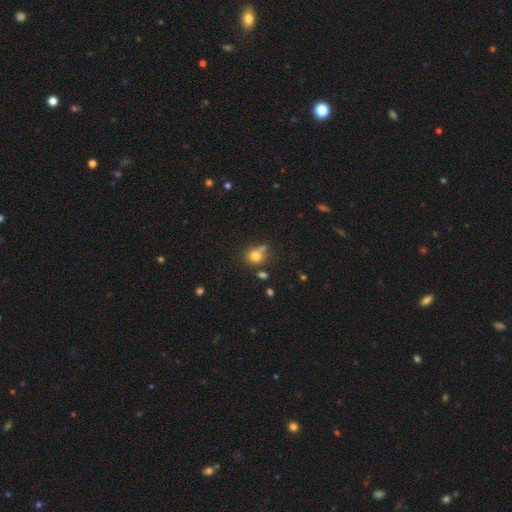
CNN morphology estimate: A smooth galaxy with no disk features (75%) that is round (78%).

Vote fractions:
- Smooth or featured? smooth: 75% / star or artifact: 14% / featured or disk: 11%
- How rounded? round: 78% / in between: 21% / cigar-shaped: 1%
- Merging? none: 53% / merger: 25% / minor disturbance: 15% / major disturbance: 6%